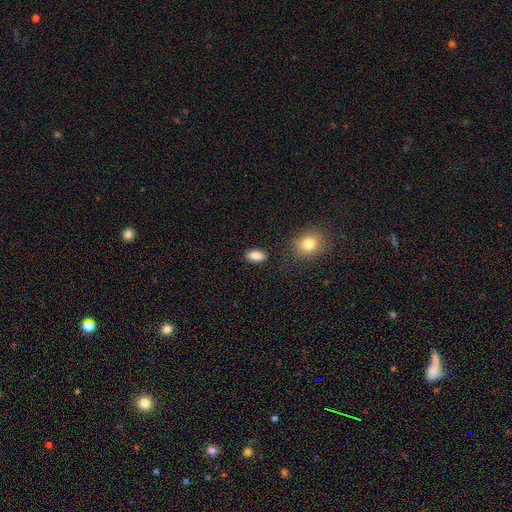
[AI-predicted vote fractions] Smooth or featured? smooth (87%)
How rounded? in between (90%)
Merging? none (86%)